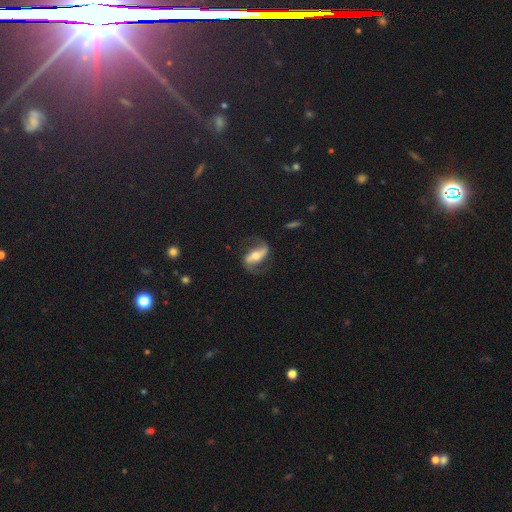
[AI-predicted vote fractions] smooth-or-featured: featured or disk: 80% | smooth: 14% | star or artifact: 7%
  disk-edge-on: no: 92% | yes: 8%
    bar: strong: 52% | weak: 27% | no: 21%
    has-spiral-arms: yes: 92% | no: 8%
      spiral-winding: loose: 56% | medium: 33% | tight: 11%
      spiral-arm-count: 2: 92% | can't tell: 3% | 1: 3% | 3: 1% | 4: 1% | more than 4: 1%
    bulge-size: moderate: 61% | small: 25% | large: 10% | none: 2% | dominant: 2%
  merging: none: 75% | minor disturbance: 14% | major disturbance: 9% | merger: 2%